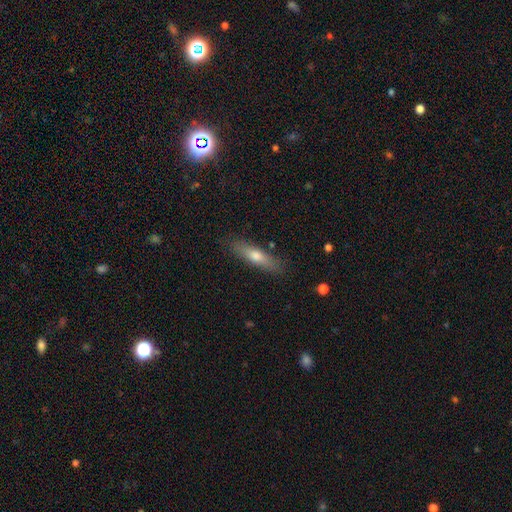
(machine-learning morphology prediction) Smooth or featured?
  - smooth: 62% *
  - featured or disk: 32%
  - star or artifact: 6%
How rounded?
  - cigar-shaped: 73% *
  - in between: 24%
  - round: 2%
Merging?
  - none: 86% *
  - minor disturbance: 11%
  - major disturbance: 2%
  - merger: 1%